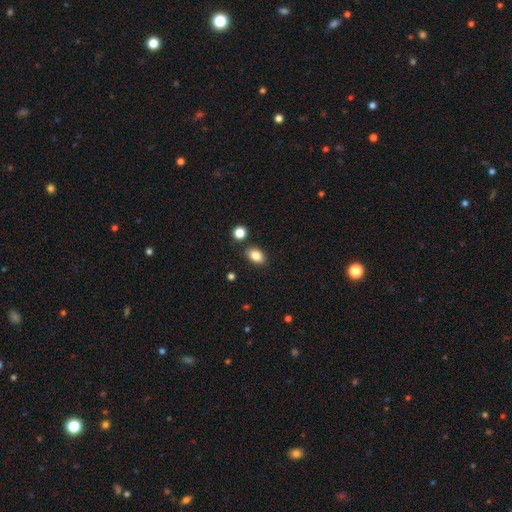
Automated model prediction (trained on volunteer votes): Smooth or featured: smooth — 84% (star or artifact — 9%)
How rounded: in between — 78% (round — 20%)
Merging: none — 83% (minor disturbance — 10%)